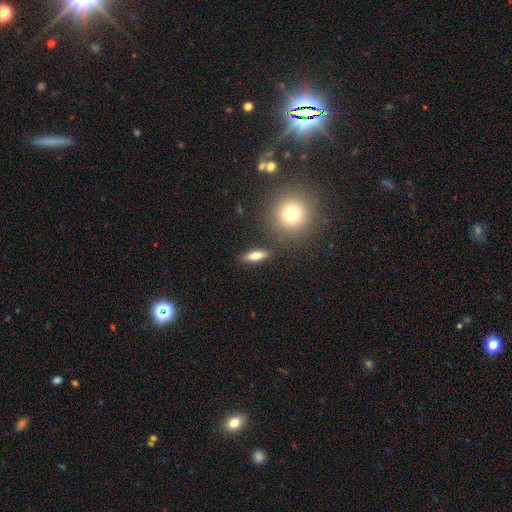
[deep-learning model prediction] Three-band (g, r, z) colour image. It shows a smooth galaxy with no disk features (67%) that is in between round and cigar-shaped (49%). Merging: none (85%).